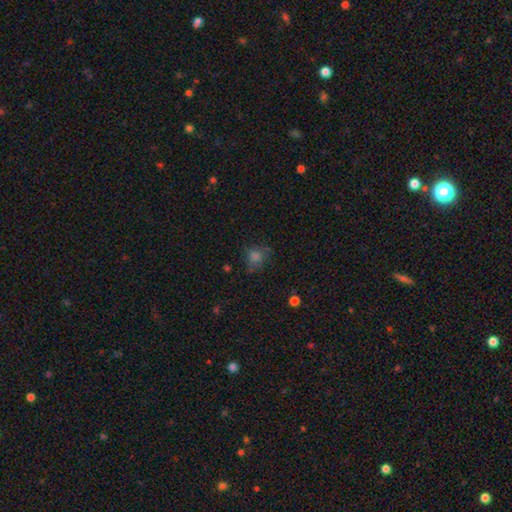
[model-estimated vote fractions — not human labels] smooth-or-featured: smooth: 66% | star or artifact: 22% | featured or disk: 12%
  how-rounded: round: 74% | in between: 25% | cigar-shaped: 1%
  merging: none: 67% | minor disturbance: 20% | major disturbance: 11% | merger: 3%